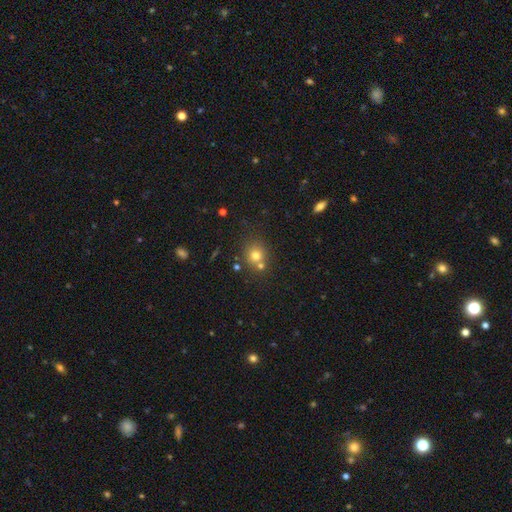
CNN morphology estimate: Q: Smooth or featured?
A: smooth (72%); runner-up: star or artifact (16%)
Q: How rounded?
A: round (84%); runner-up: in between (15%)
Q: Merging?
A: none (63%); runner-up: merger (25%)